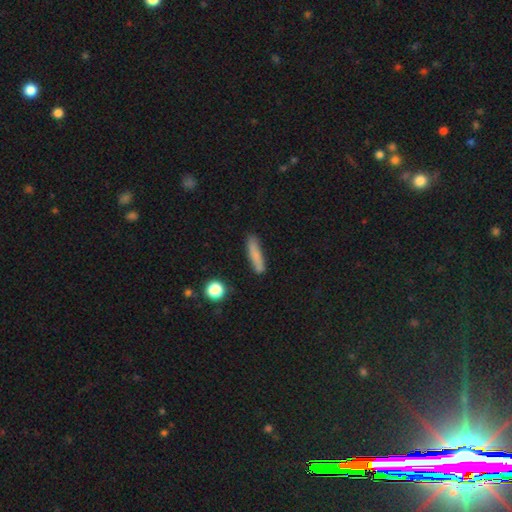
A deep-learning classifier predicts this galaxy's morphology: smooth 79%, featured or disk 13%, star or artifact 8%. Down the decision tree: how rounded — cigar-shaped (83%); merging — none (81%).